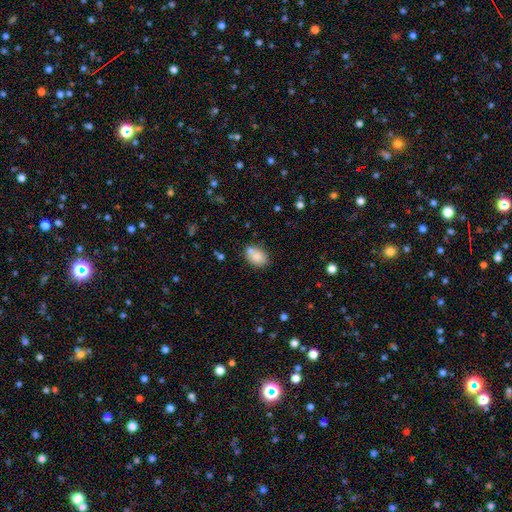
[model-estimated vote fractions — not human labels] Q: Smooth or featured?
A: smooth (80%); runner-up: featured or disk (11%)
Q: How rounded?
A: in between (73%); runner-up: round (25%)
Q: Merging?
A: none (60%); runner-up: merger (20%)